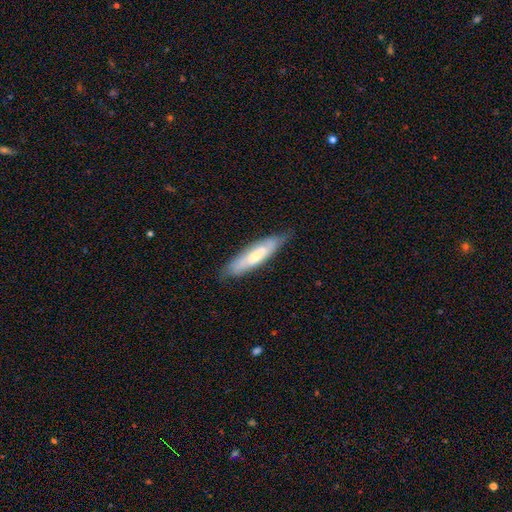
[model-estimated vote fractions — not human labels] Smooth or featured?
  - smooth: 50% *
  - featured or disk: 44%
  - star or artifact: 6%
Merging?
  - none: 75% *
  - minor disturbance: 19%
  - major disturbance: 4%
  - merger: 1%